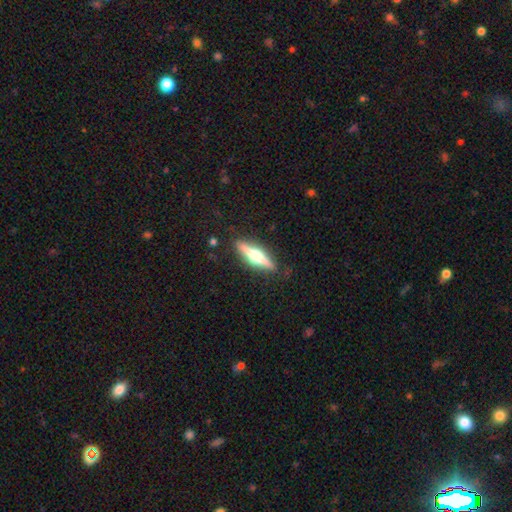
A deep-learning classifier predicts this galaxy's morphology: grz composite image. It shows a featured or disk galaxy (73%) viewed edge-on (97%) with a rounded central bulge (95%). Merging: none (87%).